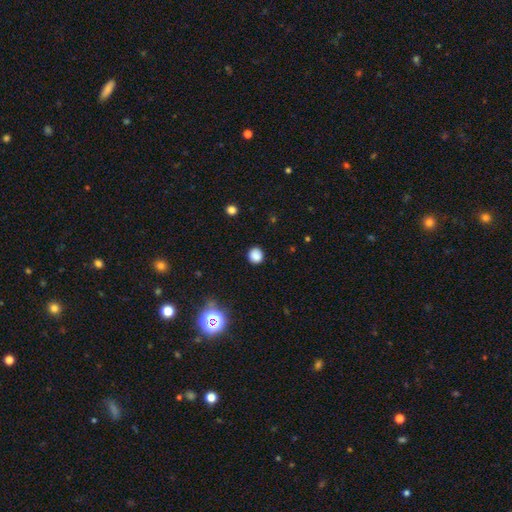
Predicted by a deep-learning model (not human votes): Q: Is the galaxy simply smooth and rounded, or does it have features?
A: smooth — 84%.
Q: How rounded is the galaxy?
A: round — 86%.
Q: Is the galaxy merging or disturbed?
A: none — 89%.